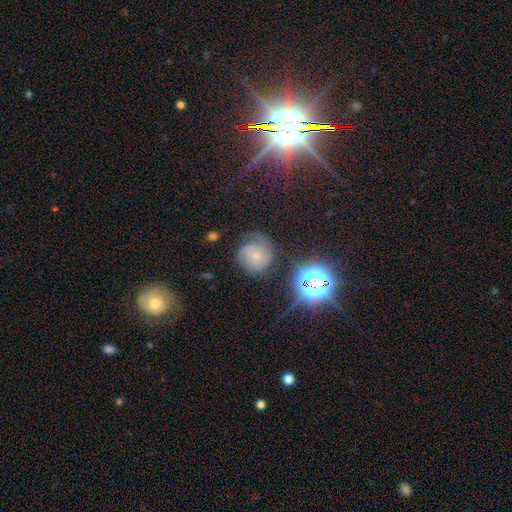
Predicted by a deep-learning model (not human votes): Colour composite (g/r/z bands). It shows a featured or disk galaxy (56%) with no bar (82%), spiral arms (87%) and a small central bulge (69%). Merging: none (60%).